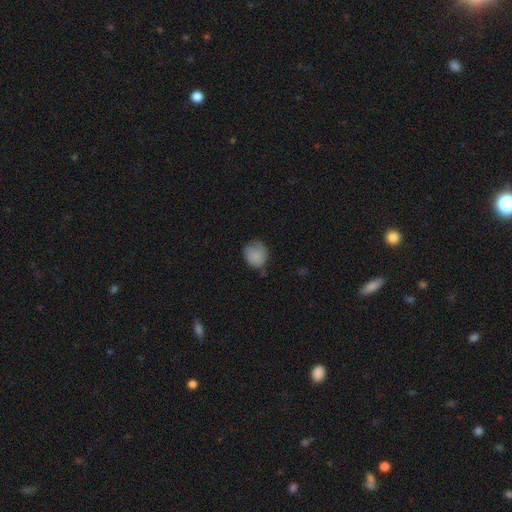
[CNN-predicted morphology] Overall: smooth (81%). How rounded: round (77%). Merging: none (54%; minor disturbance 34%).